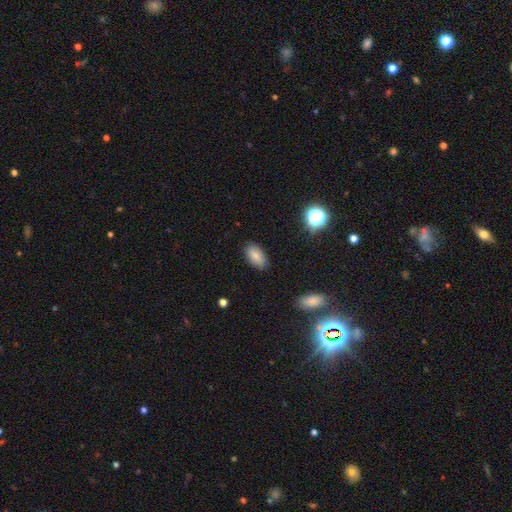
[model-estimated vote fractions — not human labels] smooth-or-featured: smooth: 83% | star or artifact: 9% | featured or disk: 7%
  how-rounded: in between: 93% | round: 4% | cigar-shaped: 3%
  merging: none: 86% | minor disturbance: 10% | major disturbance: 2% | merger: 1%